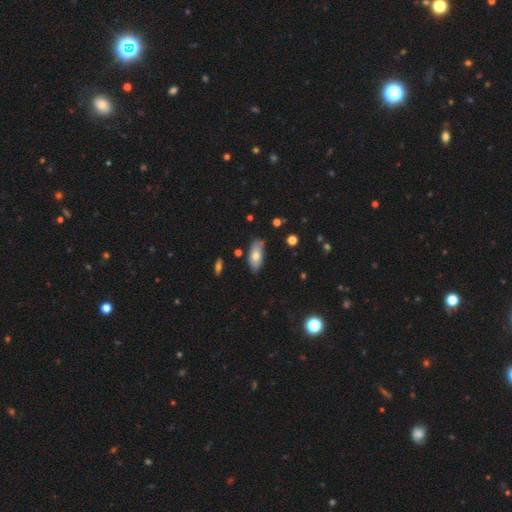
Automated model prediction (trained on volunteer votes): A smooth galaxy with no disk features (73%) that is in between round and cigar-shaped (86%).

Vote fractions:
- Smooth or featured? smooth: 73% / featured or disk: 19% / star or artifact: 7%
- How rounded? in between: 86% / cigar-shaped: 12% / round: 3%
- Merging? none: 76% / minor disturbance: 19% / major disturbance: 3% / merger: 3%